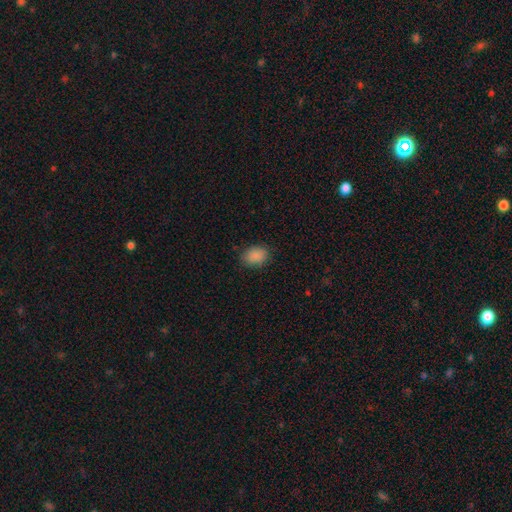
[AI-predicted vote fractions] Overall: smooth (88%). How rounded: in between (71%). Merging: none (84%).